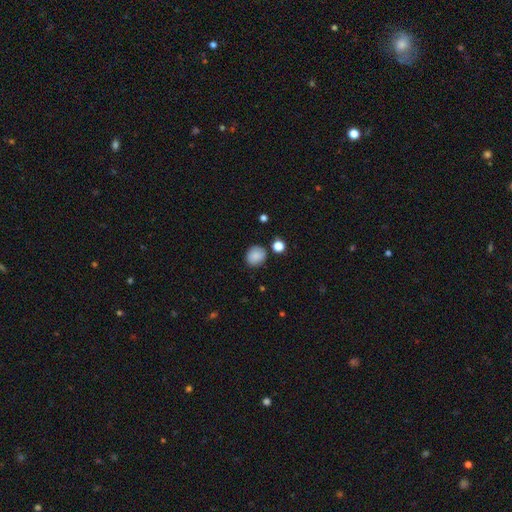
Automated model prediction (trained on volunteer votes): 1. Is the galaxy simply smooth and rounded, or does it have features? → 85% smooth, 9% star or artifact, 6% featured or disk.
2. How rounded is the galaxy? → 78% round, 21% in between, 1% cigar-shaped.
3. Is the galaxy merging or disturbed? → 79% none, 13% minor disturbance, 5% merger, 3% major disturbance.